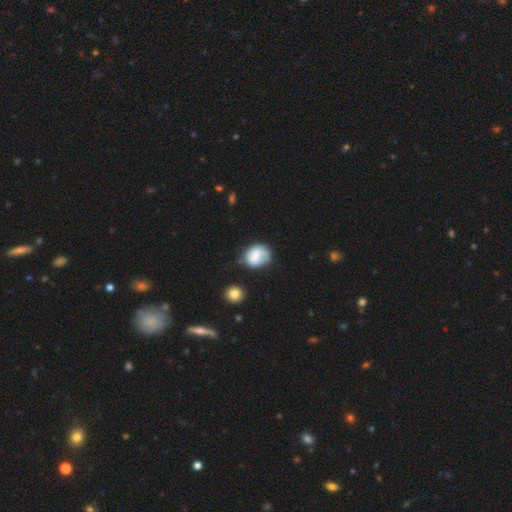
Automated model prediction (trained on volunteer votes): A smooth galaxy with no disk features (72%) that is round (59%).

Vote fractions:
- Smooth or featured? smooth: 72% / featured or disk: 20% / star or artifact: 8%
- How rounded? round: 59% / in between: 40% / cigar-shaped: 1%
- Merging? none: 53% / minor disturbance: 29% / major disturbance: 12% / merger: 6%